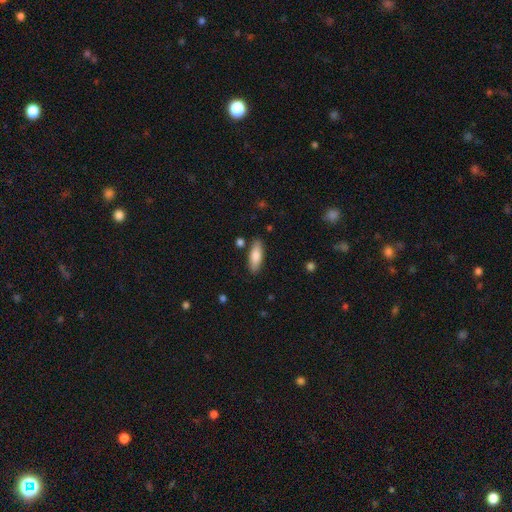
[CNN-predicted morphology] Smooth or featured: smooth — 82% (featured or disk — 12%)
How rounded: in between — 62% (cigar-shaped — 36%)
Merging: none — 85% (minor disturbance — 10%)